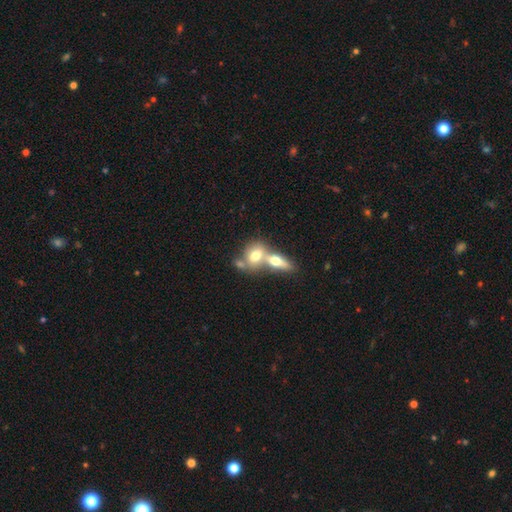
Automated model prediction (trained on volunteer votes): Smooth or featured?
  - smooth: 66% *
  - featured or disk: 26%
  - star or artifact: 8%
How rounded?
  - in between: 67% *
  - round: 27%
  - cigar-shaped: 6%
Merging?
  - merger: 65% *
  - none: 25%
  - minor disturbance: 7%
  - major disturbance: 3%